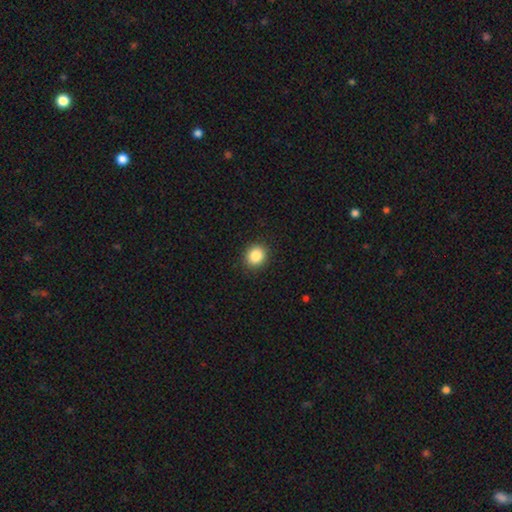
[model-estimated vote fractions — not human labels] Overall: smooth (87%). How rounded: round (81%). Merging: none (91%).